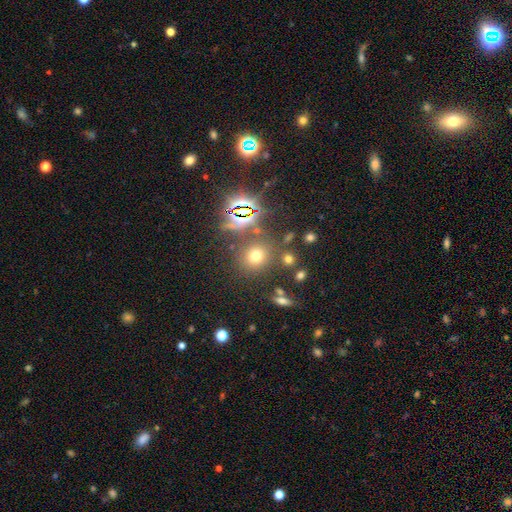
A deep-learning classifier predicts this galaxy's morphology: This appears to be a smooth galaxy with no disk features (60%) that is round (84%). Merging: none (78%).